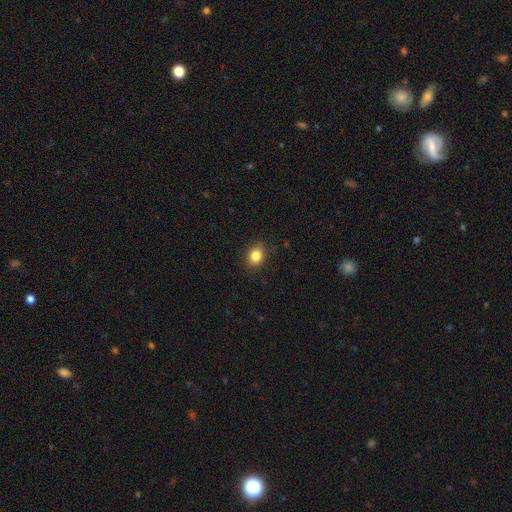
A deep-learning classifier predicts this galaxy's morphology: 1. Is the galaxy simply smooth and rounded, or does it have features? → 83% smooth, 11% star or artifact, 6% featured or disk.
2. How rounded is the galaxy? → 54% round, 45% in between, 1% cigar-shaped.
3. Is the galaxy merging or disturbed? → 82% none, 14% minor disturbance, 3% major disturbance, 1% merger.